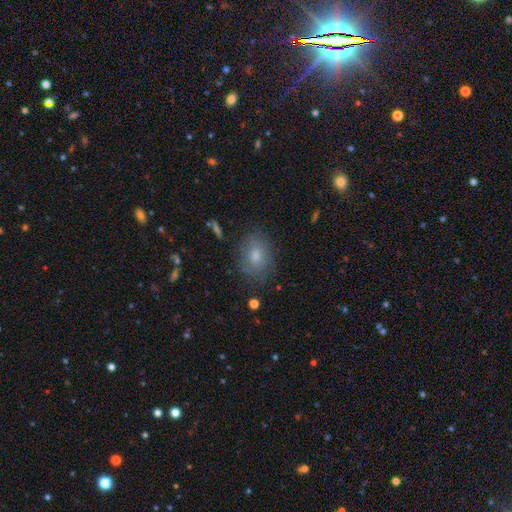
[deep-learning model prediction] Overall: smooth (59%; featured or disk 22%). How rounded: in between (58%; round 41%). Merging: none (79%).